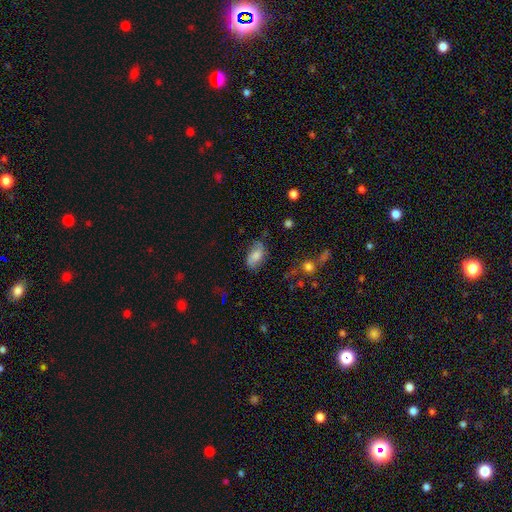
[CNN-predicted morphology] Smooth or featured? Predicted: smooth (p=0.71). How rounded? Predicted: in between (p=0.90). Merging? Predicted: none (p=0.60).